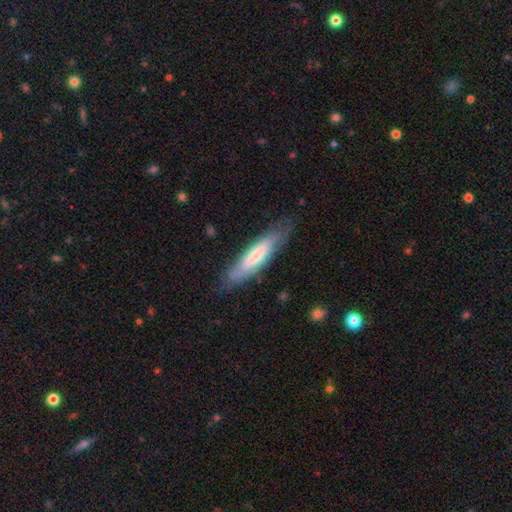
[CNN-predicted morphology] Q: Smooth or featured?
A: smooth (50%); runner-up: featured or disk (44%)
Q: How rounded?
A: cigar-shaped (73%); runner-up: in between (26%)
Q: Merging?
A: none (74%); runner-up: minor disturbance (19%)